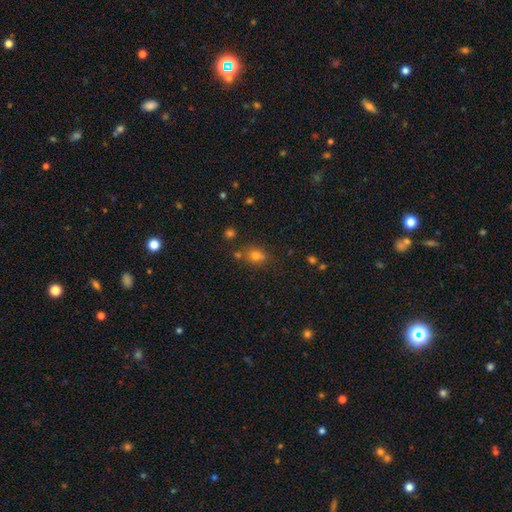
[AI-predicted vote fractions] Overall: smooth (73%). How rounded: round (59%; in between 39%). Merging: none (67%).